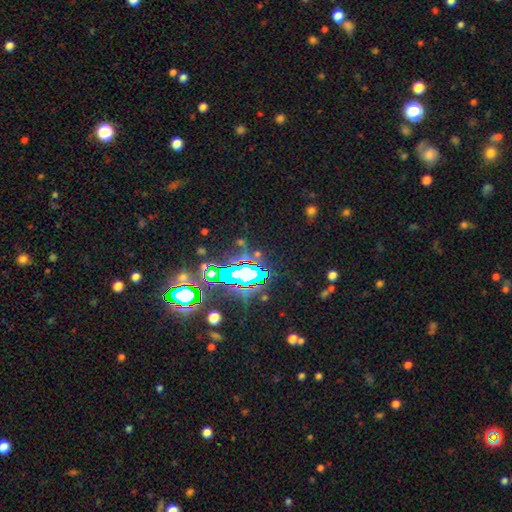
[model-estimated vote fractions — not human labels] smooth_or_featured: star or artifact (p=0.76) [alt: smooth p=0.13]